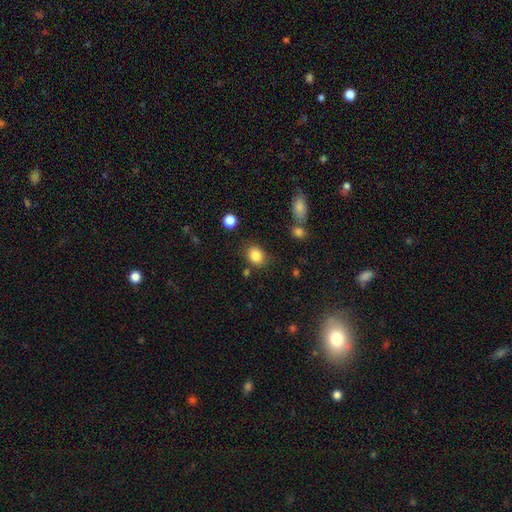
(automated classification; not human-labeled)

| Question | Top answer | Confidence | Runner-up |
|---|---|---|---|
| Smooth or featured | smooth | 84% | star or artifact (10%) |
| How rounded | in between | 50% | round (49%) |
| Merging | none | 80% | minor disturbance (12%) |